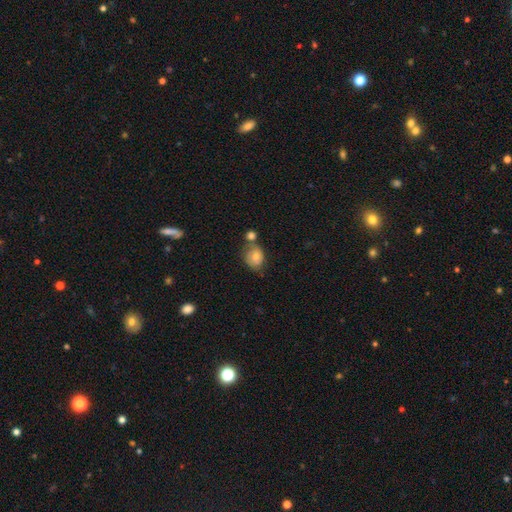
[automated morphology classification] Overall: smooth (67%). How rounded: round (55%; in between 43%). Merging: none (62%).